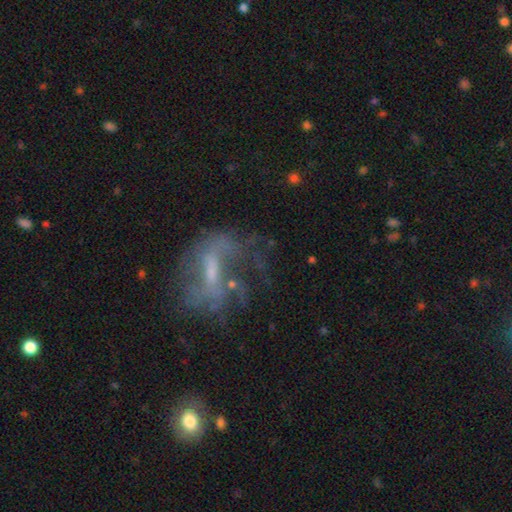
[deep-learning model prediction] Smooth or featured? Predicted: featured or disk (p=0.60). Edge-on disk? Predicted: no (p=0.91). Bar? Predicted: weak (p=0.39). Spiral arms? Predicted: yes (p=0.54). Bulge size? Predicted: small (p=0.51). Merging? Predicted: none (p=0.41).